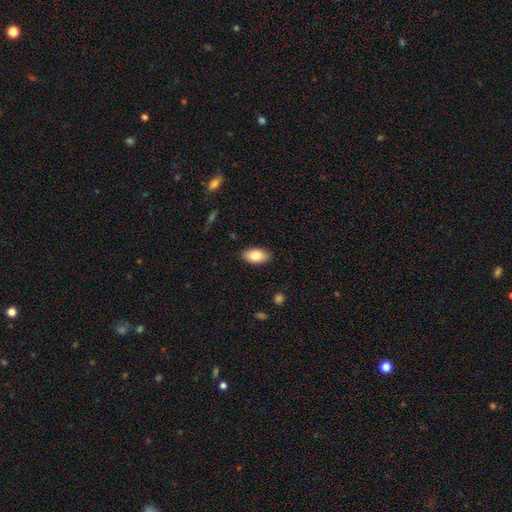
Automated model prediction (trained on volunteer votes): Overall: smooth (83%). How rounded: in between (94%). Merging: none (88%).